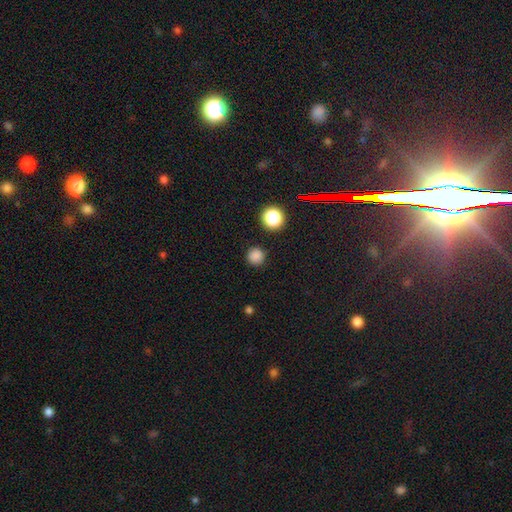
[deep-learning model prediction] The model was most divided on "smooth or featured": smooth: 82%, star or artifact: 15%, featured or disk: 3%. More confident: how rounded — round (95%); merging — none (89%).